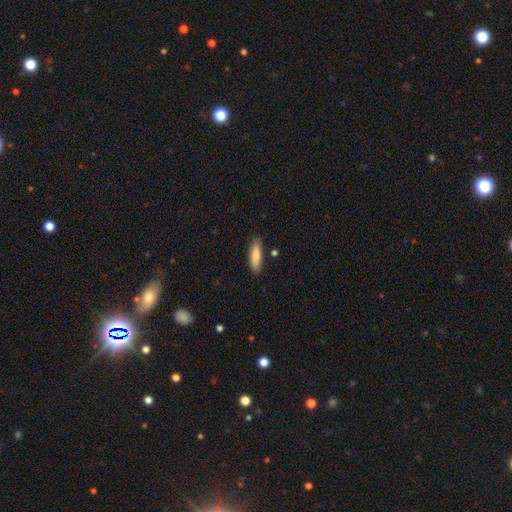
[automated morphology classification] Overall: smooth (82%). How rounded: cigar-shaped (58%; in between 41%). Merging: none (83%).